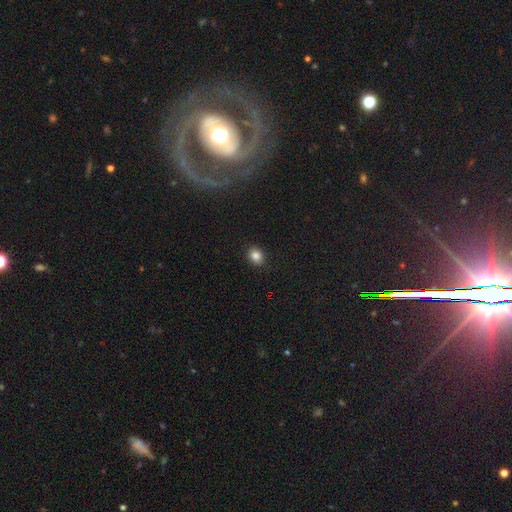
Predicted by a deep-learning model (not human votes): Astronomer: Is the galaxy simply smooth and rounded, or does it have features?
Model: smooth — 84%.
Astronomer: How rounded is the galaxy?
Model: round — 55% (runner-up: in between, 44%).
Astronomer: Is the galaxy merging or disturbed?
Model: none — 90%.